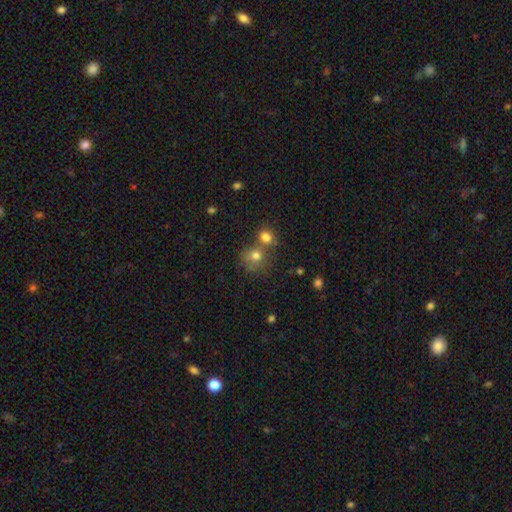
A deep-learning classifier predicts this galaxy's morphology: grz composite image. It shows a smooth galaxy with no disk features (76%) that is round (79%). Merging: none (45%).